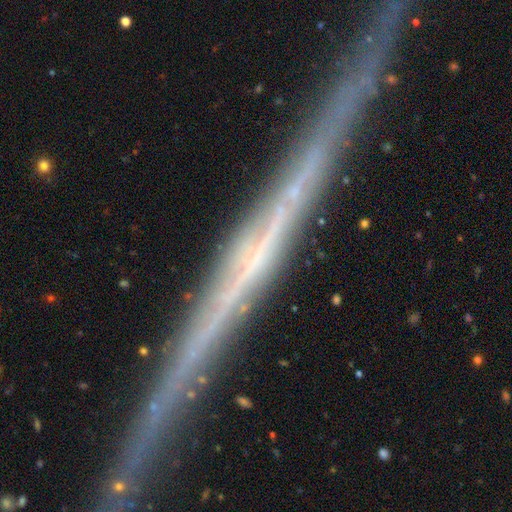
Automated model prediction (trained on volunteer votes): Smooth or featured?
  - featured or disk: 83% *
  - smooth: 9%
  - star or artifact: 8%
Edge-on disk?
  - yes: 98% *
  - no: 2%
Edge-on bulge?
  - none: 66% *
  - rounded: 20%
  - boxy: 14%
Merging?
  - none: 86% *
  - minor disturbance: 10%
  - major disturbance: 2%
  - merger: 2%